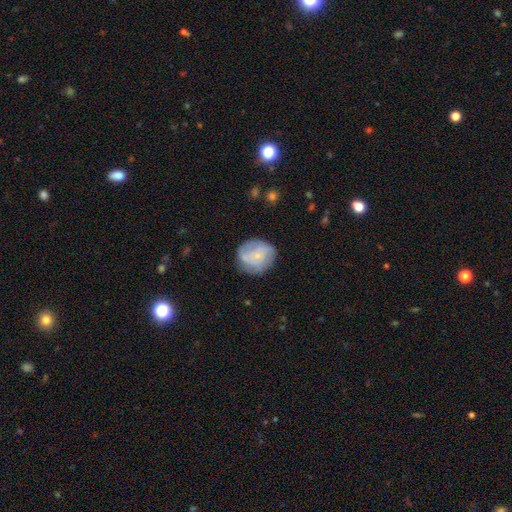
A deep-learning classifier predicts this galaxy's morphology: This is possibly a smooth galaxy (48%). Merging: likely none (69%).